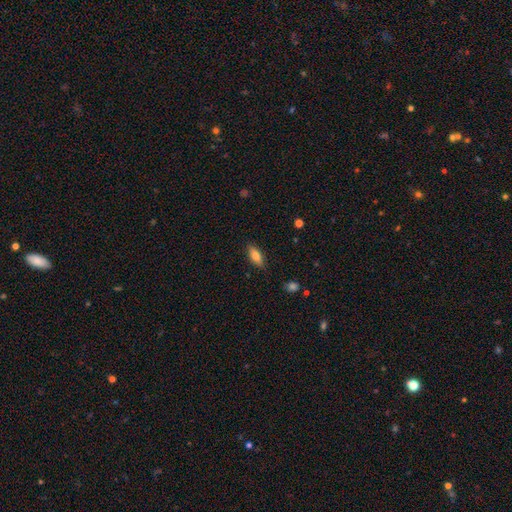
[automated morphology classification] smooth_or_featured: smooth (p=0.78) [alt: featured or disk p=0.14]
how_rounded: in between (p=0.77) [alt: cigar-shaped p=0.20]
merging: none (p=0.85) [alt: minor disturbance p=0.12]